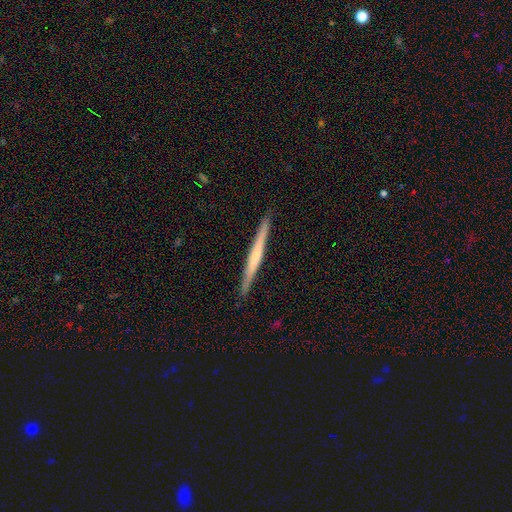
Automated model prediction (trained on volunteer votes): Q: Smooth or featured?
A: featured or disk (55%); runner-up: smooth (40%)
Q: Edge-on disk?
A: yes (98%); runner-up: no (2%)
Q: Edge-on bulge?
A: none (69%); runner-up: rounded (20%)
Q: Merging?
A: none (91%); runner-up: minor disturbance (7%)